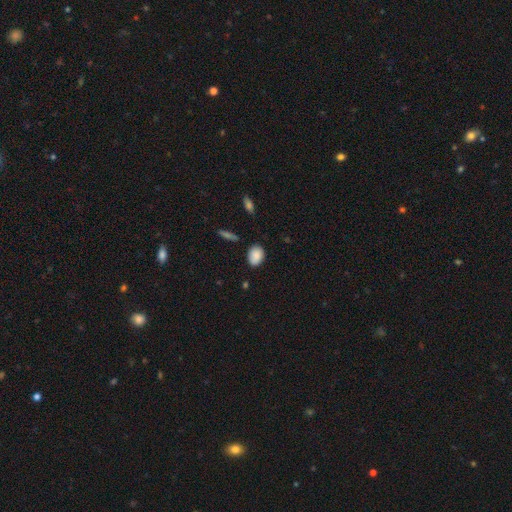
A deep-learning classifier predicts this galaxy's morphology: Smooth or featured? Predicted: smooth (p=0.88). How rounded? Predicted: in between (p=0.80). Merging? Predicted: none (p=0.80).